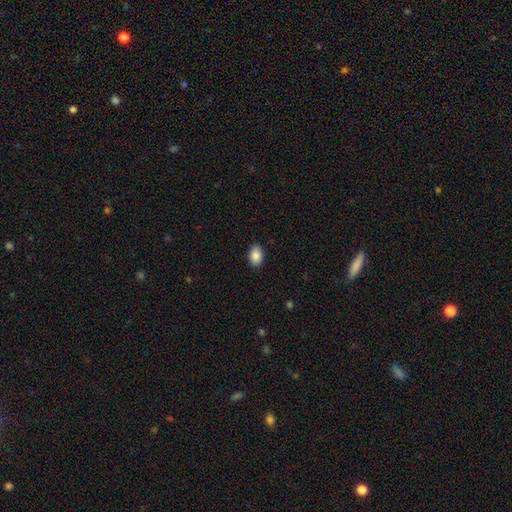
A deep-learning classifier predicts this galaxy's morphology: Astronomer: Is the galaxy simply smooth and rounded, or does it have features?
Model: smooth — 87%.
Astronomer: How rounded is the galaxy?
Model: in between — 84%.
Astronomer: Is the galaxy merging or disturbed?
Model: none — 89%.